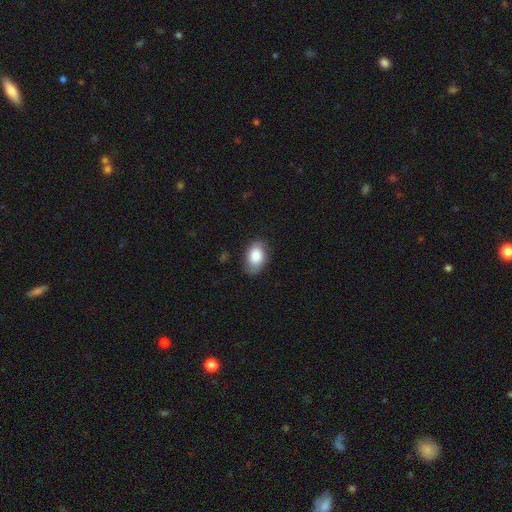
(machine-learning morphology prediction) The model was most divided on "merging": none: 77%, minor disturbance: 18%, major disturbance: 4%, merger: 1%. More confident: how rounded — in between (89%); smooth or featured — smooth (82%).